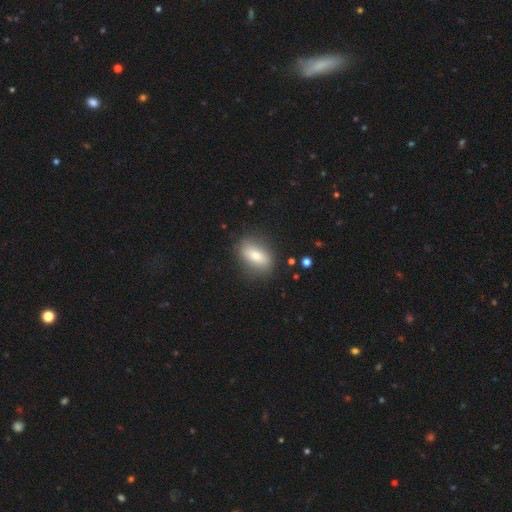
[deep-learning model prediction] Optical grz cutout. It shows a smooth galaxy with no disk features (75%) that is in between round and cigar-shaped (84%). Merging: none (81%).